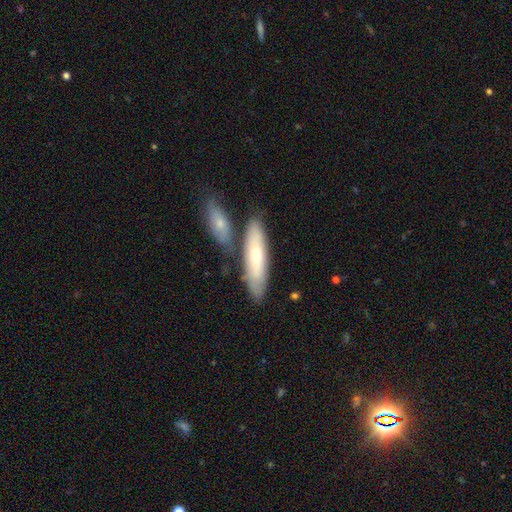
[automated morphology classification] smooth-or-featured: smooth: 58% | featured or disk: 37% | star or artifact: 5%
  how-rounded: cigar-shaped: 58% | in between: 40% | round: 2%
  merging: none: 68% | merger: 18% | minor disturbance: 12% | major disturbance: 3%